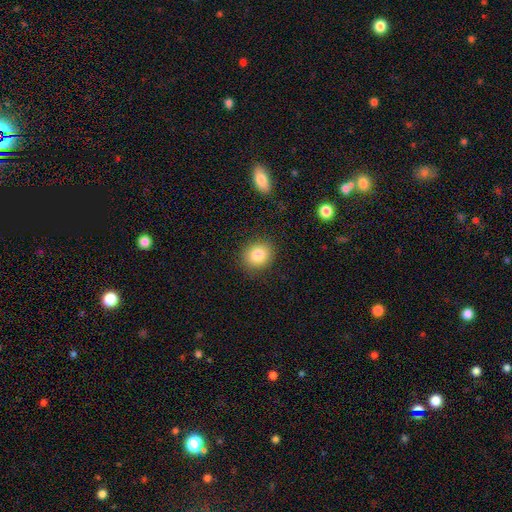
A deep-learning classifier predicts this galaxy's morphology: Overall: smooth (84%). How rounded: round (68%; in between 31%). Merging: none (87%).